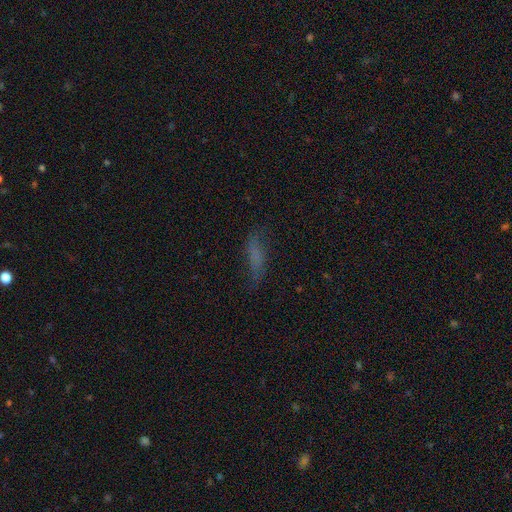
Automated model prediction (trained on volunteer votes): smooth 57%, featured or disk 28%, star or artifact 15%. Down the decision tree: how rounded — cigar-shaped (59%); merging — none (61%).